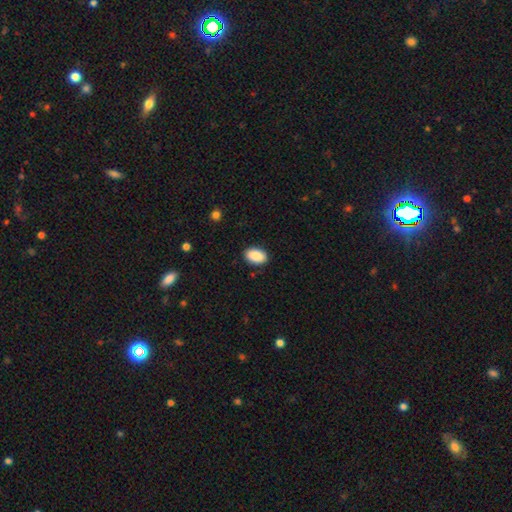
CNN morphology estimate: This is clearly a smooth galaxy (90%). How rounded: clearly in between (91%). Merging: clearly none (89%).